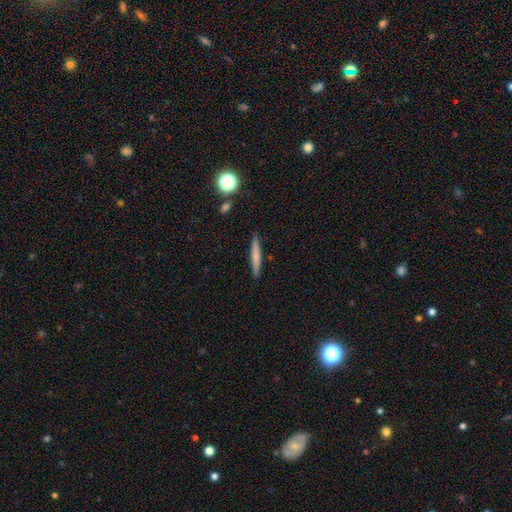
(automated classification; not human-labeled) Smooth or featured? Predicted: smooth (p=0.66). How rounded? Predicted: cigar-shaped (p=0.94). Merging? Predicted: none (p=0.89).